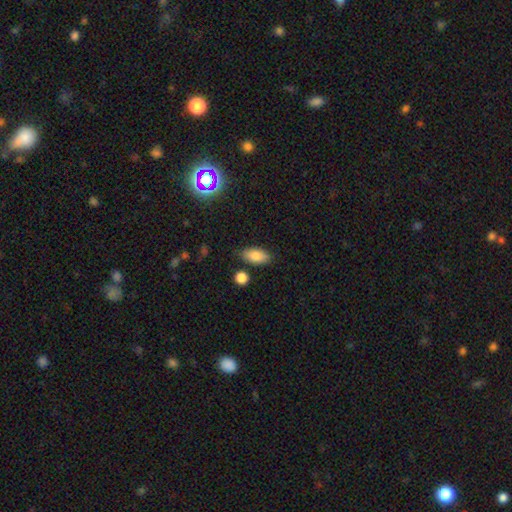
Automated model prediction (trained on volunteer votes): Smooth or featured? Predicted: smooth (p=0.85). How rounded? Predicted: in between (p=0.89). Merging? Predicted: none (p=0.81).